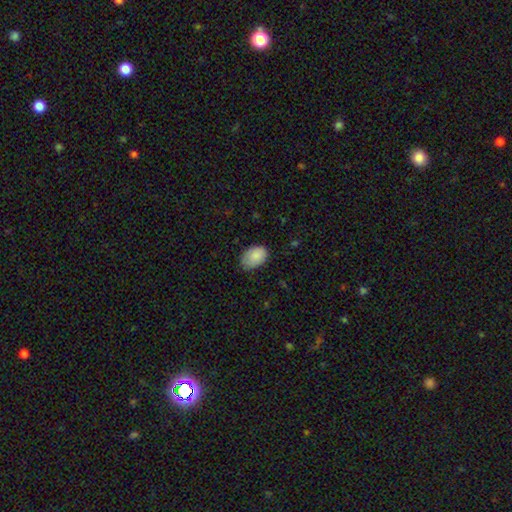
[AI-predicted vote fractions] This appears to be a smooth galaxy with no disk features (87%) that is in between round and cigar-shaped (87%). Merging: none (68%).